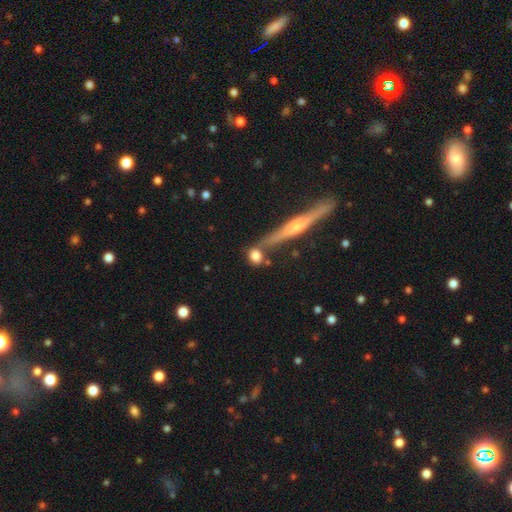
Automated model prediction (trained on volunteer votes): Smooth or featured? Predicted: smooth (p=0.76). How rounded? Predicted: round (p=0.65). Merging? Predicted: none (p=0.59).